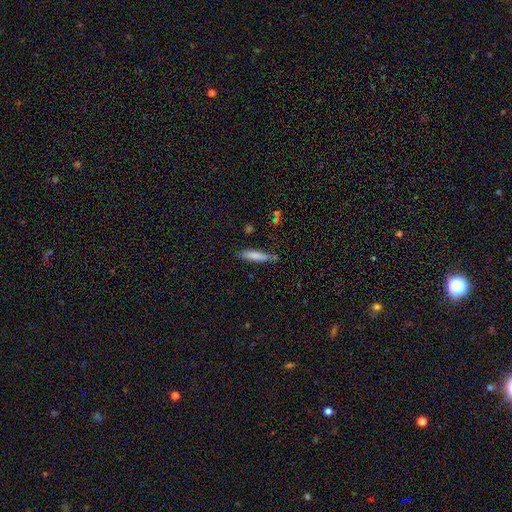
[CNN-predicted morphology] Smooth or featured? smooth (80%)
How rounded? cigar-shaped (84%)
Merging? none (78%)